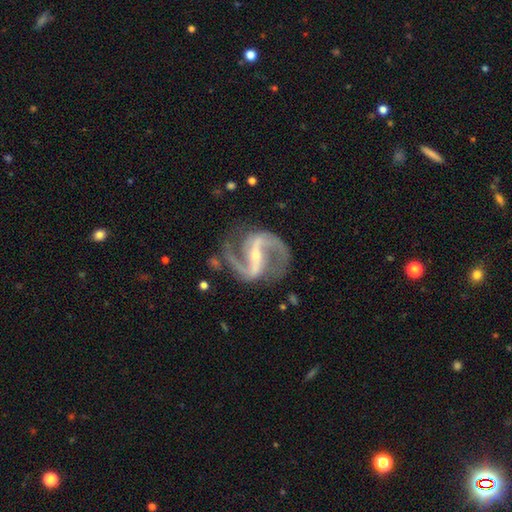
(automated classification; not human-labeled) This appears to be a featured or disk galaxy (93%) with a strong bar (66%), 2 (94%) medium (59%) spiral arms (98%) and a small central bulge (72%). Merging: none (79%).